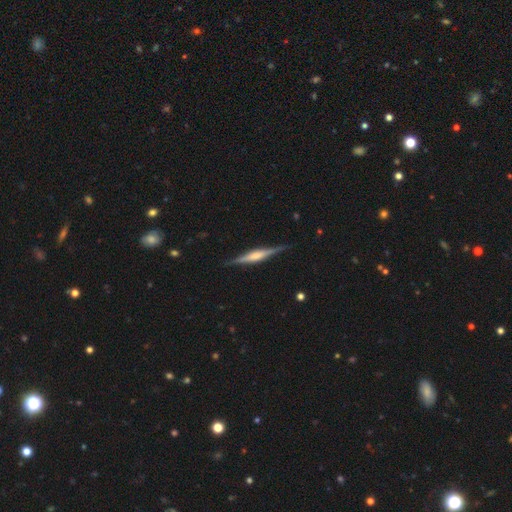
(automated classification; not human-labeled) smooth_or_featured: featured or disk (p=0.74) [alt: smooth p=0.20]
disk_edge_on: yes (p=0.98) [alt: no p=0.02]
edge_on_bulge: rounded (p=0.50) [alt: boxy p=0.39]
merging: none (p=0.88) [alt: minor disturbance p=0.09]